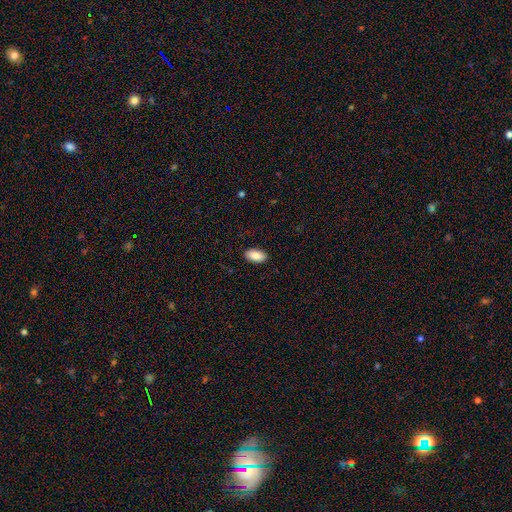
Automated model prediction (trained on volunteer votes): Overall: smooth (88%). How rounded: in between (94%). Merging: none (89%).